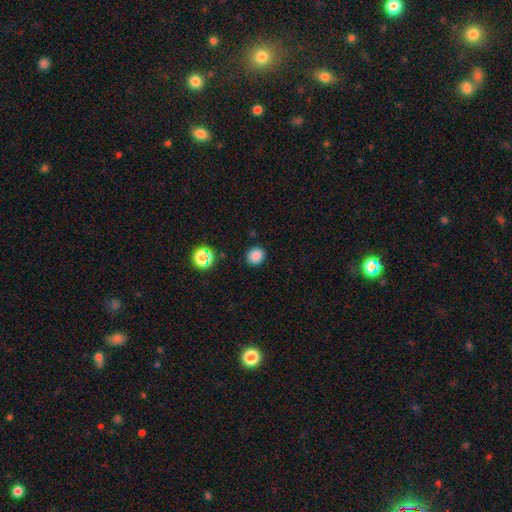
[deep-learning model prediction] smooth 84%, star or artifact 13%, featured or disk 4%. Down the decision tree: how rounded — round (86%); merging — none (89%).